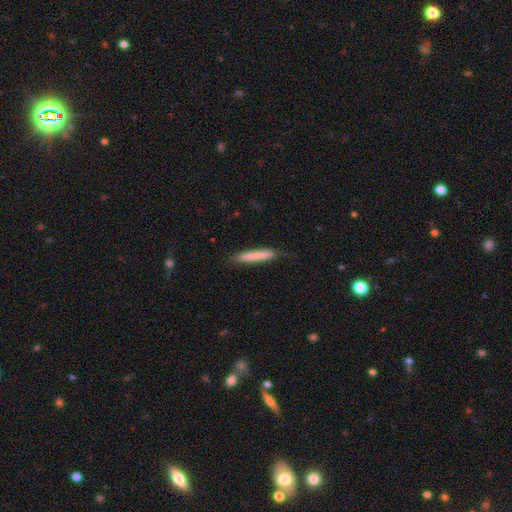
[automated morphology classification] smooth-or-featured: smooth: 78% | featured or disk: 16% | star or artifact: 6%
  how-rounded: cigar-shaped: 94% | in between: 4% | round: 1%
  merging: none: 81% | minor disturbance: 15% | major disturbance: 3% | merger: 1%